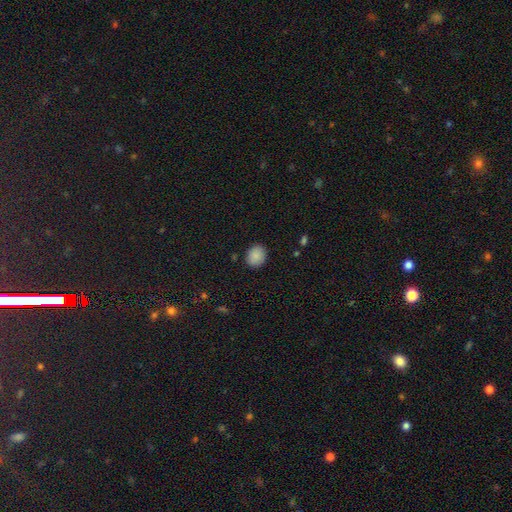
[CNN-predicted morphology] Smooth or featured? Predicted: smooth (p=0.88). How rounded? Predicted: round (p=0.63). Merging? Predicted: none (p=0.88).